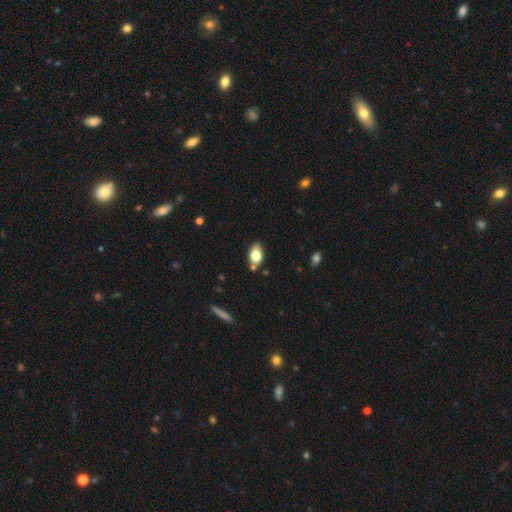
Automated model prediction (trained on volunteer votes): A smooth galaxy with no disk features (76%) that is in between round and cigar-shaped (87%).

Vote fractions:
- Smooth or featured? smooth: 76% / featured or disk: 16% / star or artifact: 9%
- How rounded? in between: 87% / round: 10% / cigar-shaped: 3%
- Merging? none: 72% / minor disturbance: 16% / merger: 9% / major disturbance: 3%